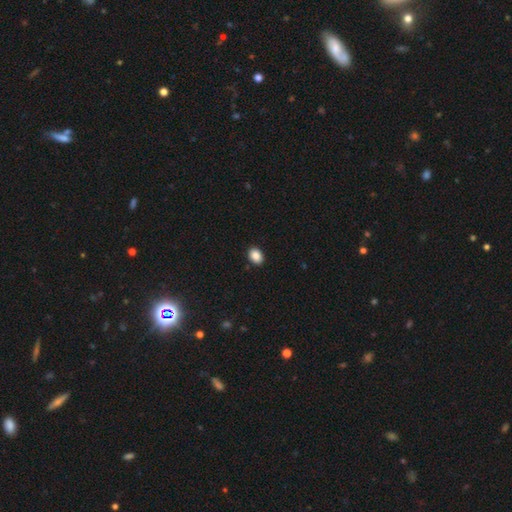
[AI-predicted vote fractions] A smooth galaxy with no disk features (89%) that is in between round and cigar-shaped (72%).

Vote fractions:
- Smooth or featured? smooth: 89% / star or artifact: 8% / featured or disk: 3%
- How rounded? in between: 72% / round: 27% / cigar-shaped: 1%
- Merging? none: 90% / minor disturbance: 7% / major disturbance: 2% / merger: 1%